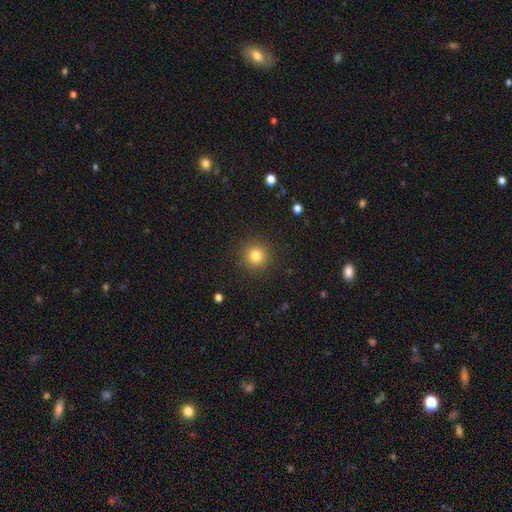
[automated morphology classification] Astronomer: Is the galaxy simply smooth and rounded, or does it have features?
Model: smooth — 81%.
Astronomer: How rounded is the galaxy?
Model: round — 94%.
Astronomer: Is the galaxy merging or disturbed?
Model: none — 91%.